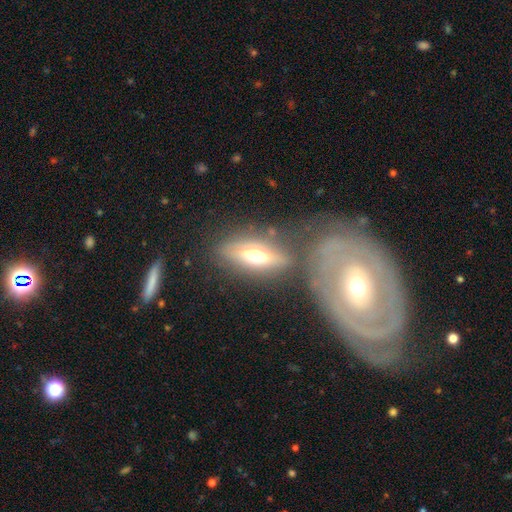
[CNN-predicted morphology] A smooth galaxy with no disk features (47%).

Vote fractions:
- Smooth or featured? smooth: 47% / featured or disk: 45% / star or artifact: 7%
- Merging? none: 61% / merger: 16% / minor disturbance: 15% / major disturbance: 8%